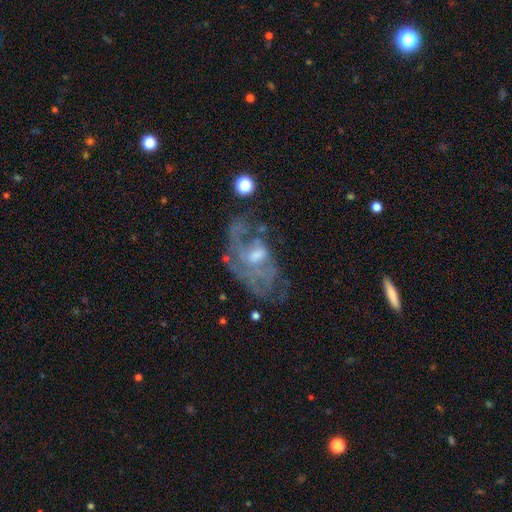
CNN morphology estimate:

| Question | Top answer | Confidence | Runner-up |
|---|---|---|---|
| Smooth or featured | featured or disk | 75% | smooth (15%) |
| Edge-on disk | no | 95% | yes (5%) |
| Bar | no | 59% | weak (35%) |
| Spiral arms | yes | 65% | no (35%) |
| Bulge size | moderate | 50% | small (32%) |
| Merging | none | 41% | major disturbance (33%) |